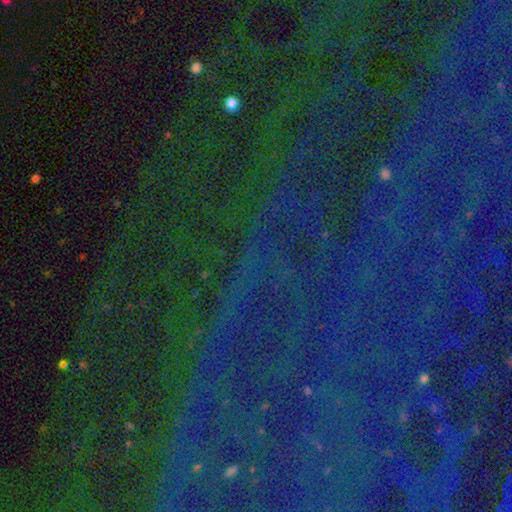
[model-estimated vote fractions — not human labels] This appears to be a star or artifact, not a galaxy (84%).